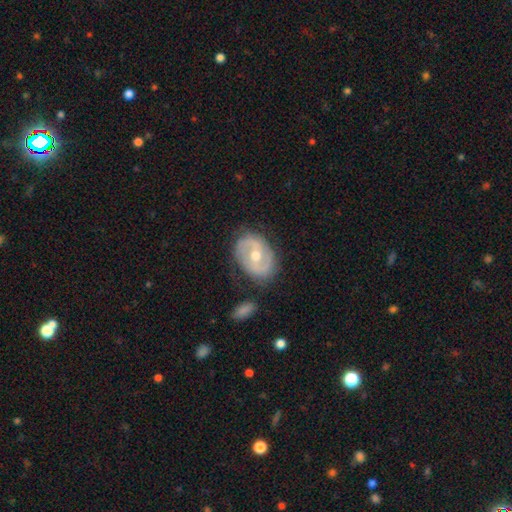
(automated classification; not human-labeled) Q: Smooth or featured?
A: featured or disk (74%); runner-up: smooth (20%)
Q: Edge-on disk?
A: no (96%); runner-up: yes (4%)
Q: Bar?
A: weak (42%); runner-up: no (37%)
Q: Spiral arms?
A: yes (73%); runner-up: no (27%)
Q: Spiral winding?
A: medium (43%); runner-up: tight (34%)
Q: Spiral arm count?
A: 2 (81%); runner-up: can't tell (12%)
Q: Bulge size?
A: moderate (72%); runner-up: small (24%)
Q: Merging?
A: none (77%); runner-up: minor disturbance (16%)